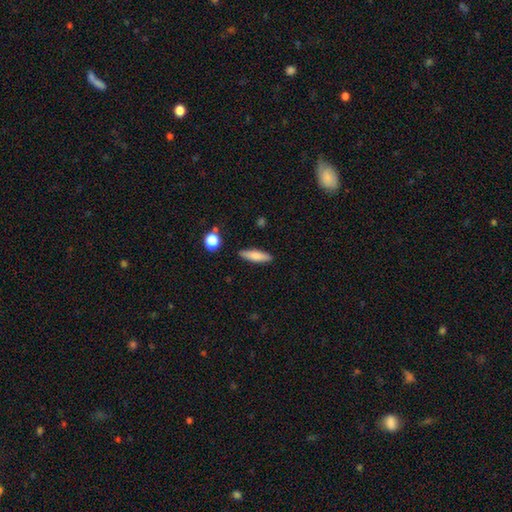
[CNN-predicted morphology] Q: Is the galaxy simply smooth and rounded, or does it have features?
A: smooth — 76%.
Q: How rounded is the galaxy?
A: cigar-shaped — 65%.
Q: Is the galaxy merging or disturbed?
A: none — 87%.